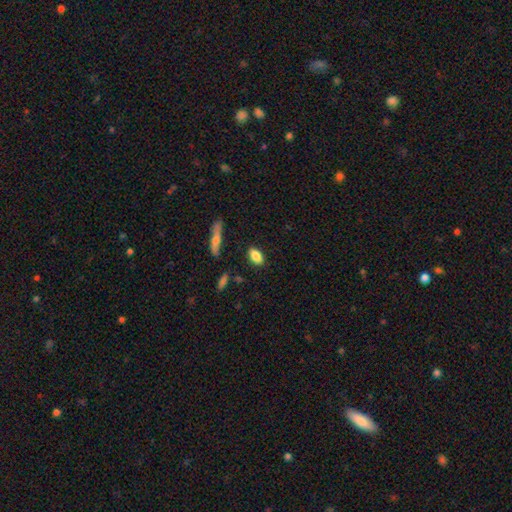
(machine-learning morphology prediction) Smooth or featured: smooth — 86% (featured or disk — 7%)
How rounded: in between — 88% (round — 6%)
Merging: none — 84% (minor disturbance — 11%)